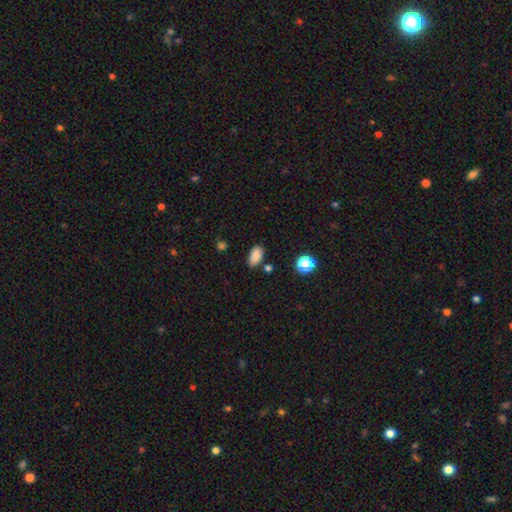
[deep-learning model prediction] Smooth or featured? Predicted: smooth (p=0.86). How rounded? Predicted: in between (p=0.92). Merging? Predicted: none (p=0.79).